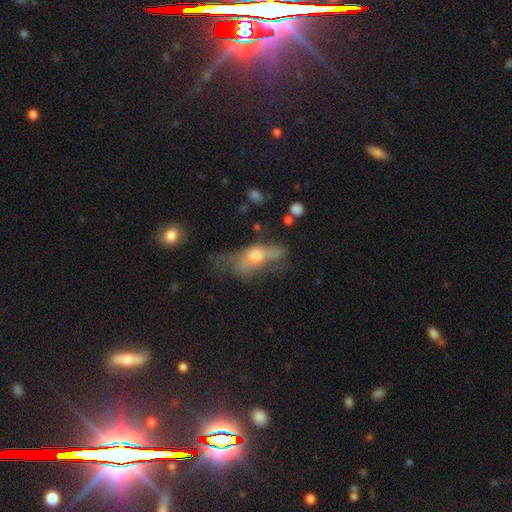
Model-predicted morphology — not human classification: smooth-or-featured: smooth: 45% | featured or disk: 42% | star or artifact: 13%
  merging: major disturbance: 42% | none: 29% | minor disturbance: 23% | merger: 6%